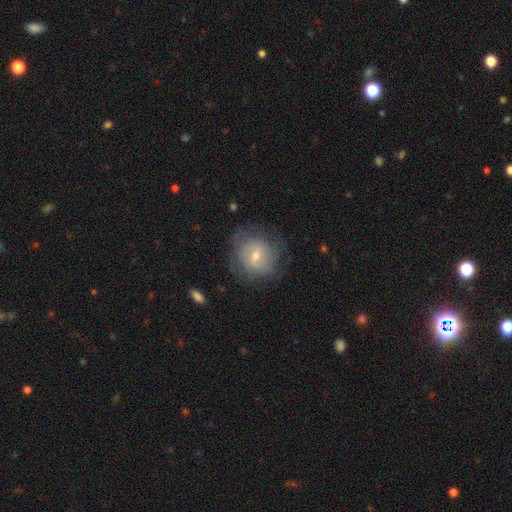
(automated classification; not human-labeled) The model was most divided on "smooth or featured": featured or disk: 53%, smooth: 37%, star or artifact: 10%. More confident: edge-on disk — no (96%); merging — none (70%); spiral arms — yes (68%); bulge size — small (59%); bar — no (55%).